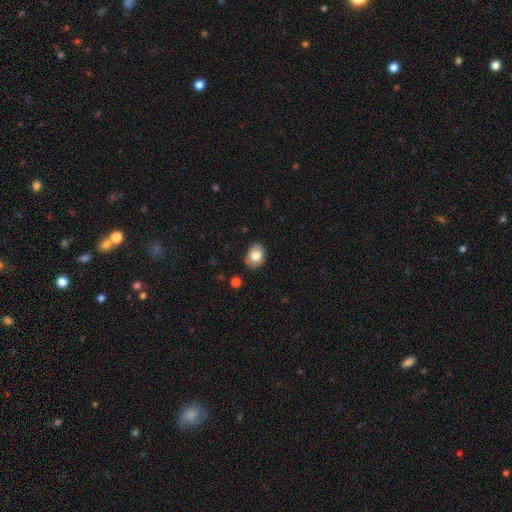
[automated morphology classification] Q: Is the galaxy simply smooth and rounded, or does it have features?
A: smooth — 79%.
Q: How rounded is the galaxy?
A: in between — 71%.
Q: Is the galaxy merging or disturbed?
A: none — 79%.